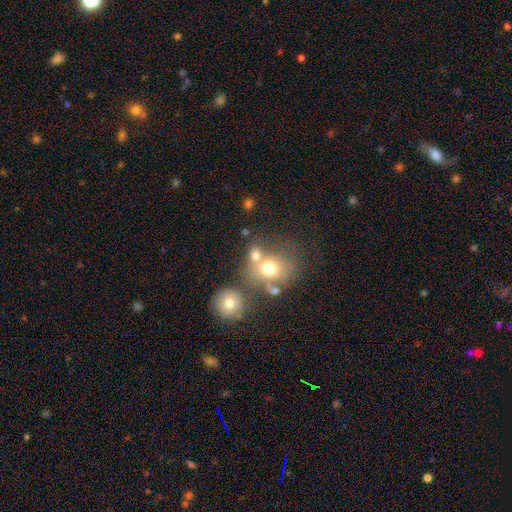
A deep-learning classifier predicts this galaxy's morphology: type=smooth (69%); roundness=round (69%); merging=none (43%).